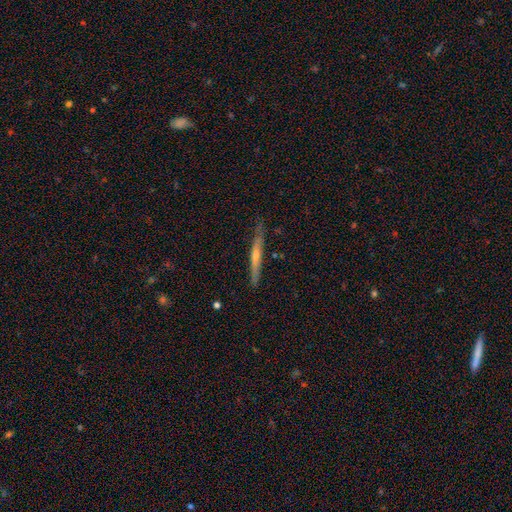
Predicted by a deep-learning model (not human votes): Smooth or featured? featured or disk (62%)
Edge-on disk? yes (96%)
Edge-on bulge? rounded (61%)
Merging? none (85%)